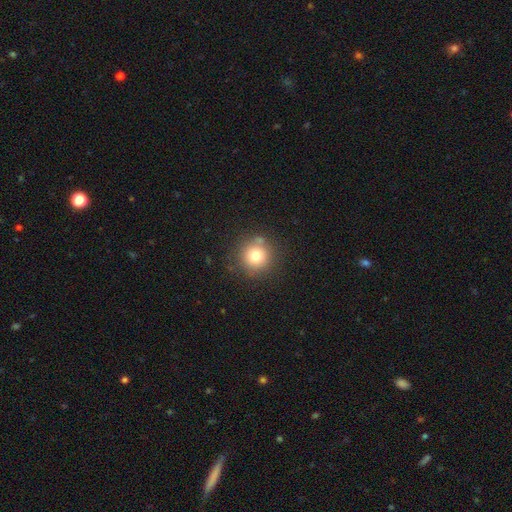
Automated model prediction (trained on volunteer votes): Smooth or featured: smooth — 76% (star or artifact — 13%)
How rounded: round — 94% (in between — 5%)
Merging: none — 83% (minor disturbance — 9%)